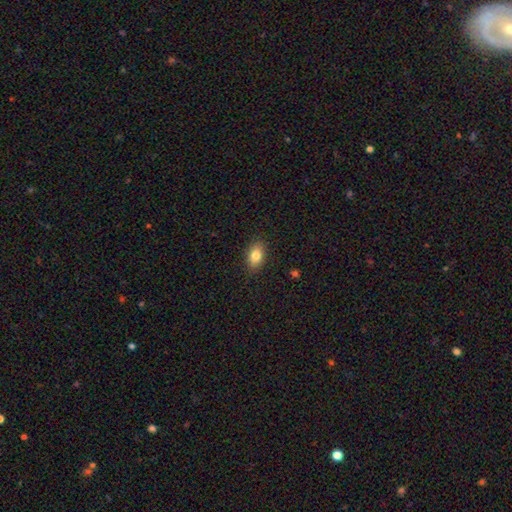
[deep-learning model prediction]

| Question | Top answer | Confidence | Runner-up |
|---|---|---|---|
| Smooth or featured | smooth | 82% | featured or disk (10%) |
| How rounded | in between | 86% | round (11%) |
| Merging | none | 87% | minor disturbance (10%) |